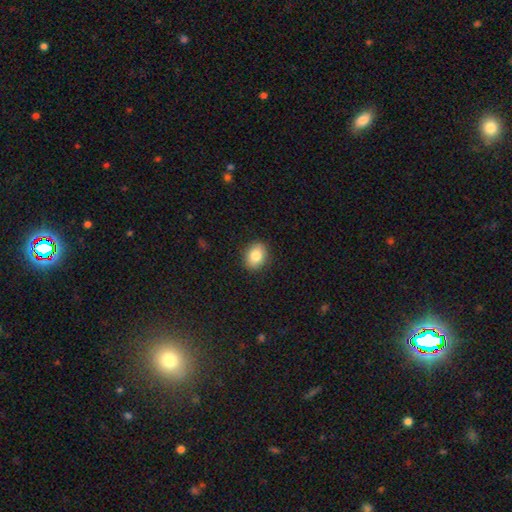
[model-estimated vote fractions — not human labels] Morphology: type=smooth (84%); roundness=in between (55%); merging=none (89%).